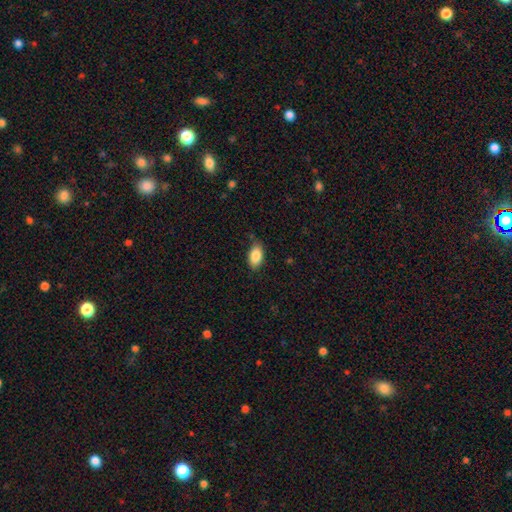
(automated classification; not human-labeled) Q: Smooth or featured?
A: smooth (87%); runner-up: star or artifact (7%)
Q: How rounded?
A: in between (92%); runner-up: round (6%)
Q: Merging?
A: none (77%); runner-up: minor disturbance (18%)